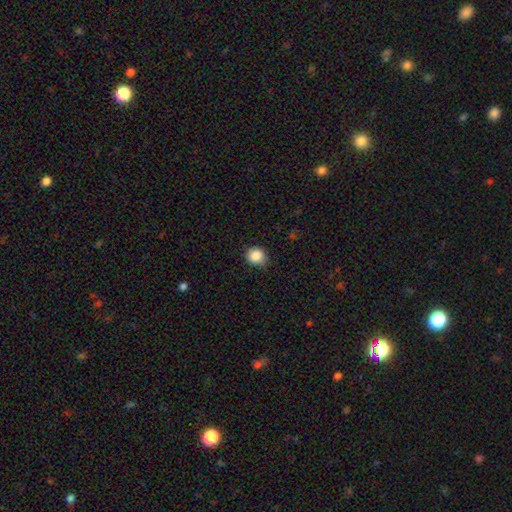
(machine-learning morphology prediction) Overall: smooth (86%). How rounded: round (81%). Merging: none (80%).